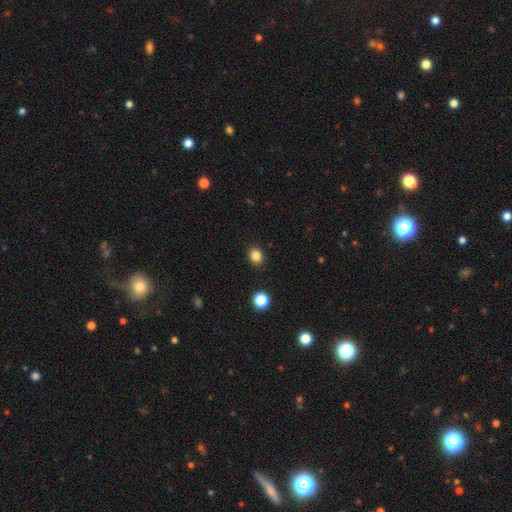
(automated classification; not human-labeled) This appears to be a smooth galaxy with no disk features (84%) that is round (66%). Merging: none (90%).